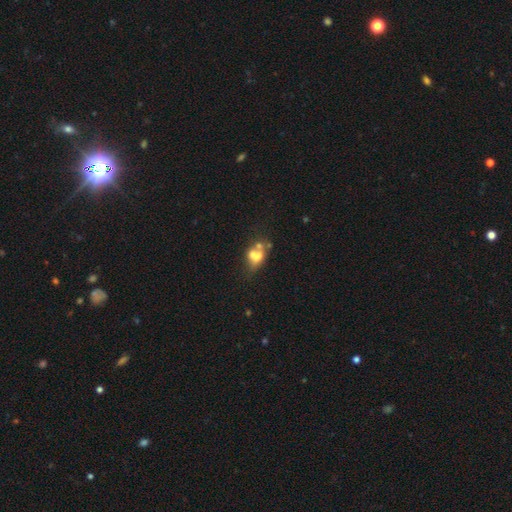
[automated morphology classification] smooth 48%, featured or disk 37%, star or artifact 15%. Down the decision tree: merging — merger (49%).